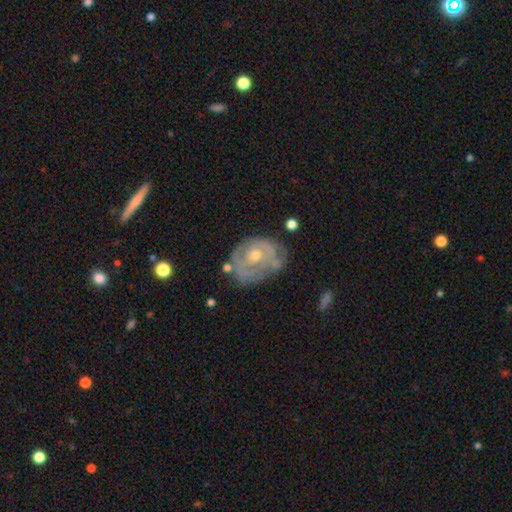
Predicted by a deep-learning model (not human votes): Morphology: type=featured or disk (77%); edge-on=no (97%); bar=no (77%); spiral arms=yes (75%); winding=tight (64%); arm count=can't tell (44%); bulge=moderate (53%); merging=none (54%).